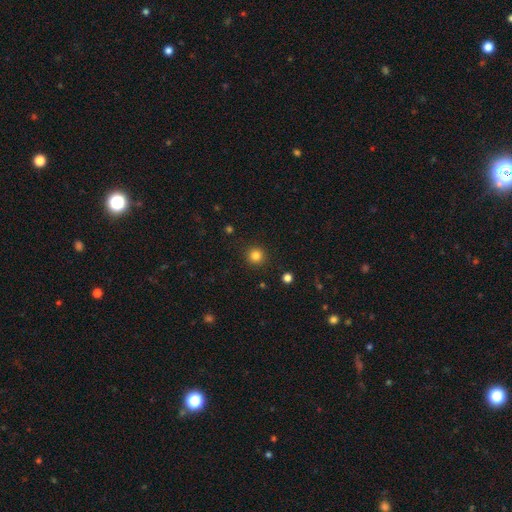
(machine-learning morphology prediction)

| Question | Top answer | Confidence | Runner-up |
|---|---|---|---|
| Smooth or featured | smooth | 83% | star or artifact (12%) |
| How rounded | round | 95% | in between (4%) |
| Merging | none | 92% | minor disturbance (5%) |